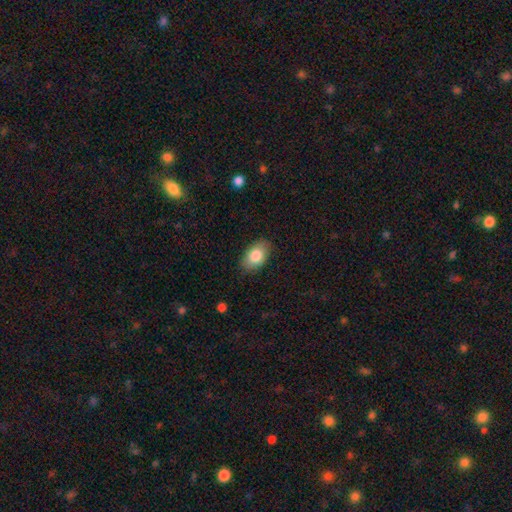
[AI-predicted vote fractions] A smooth galaxy with no disk features (82%) that is in between round and cigar-shaped (90%). Merging: none (85%).